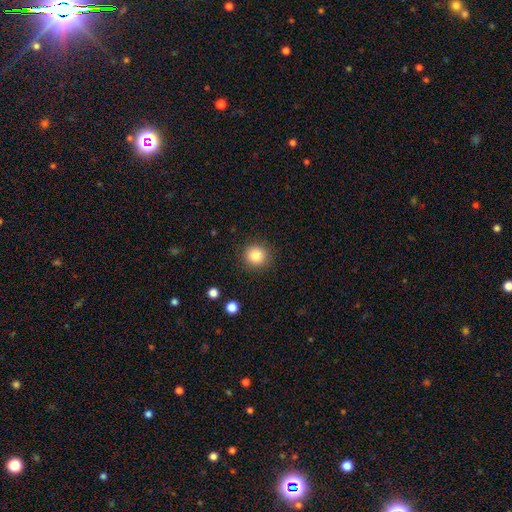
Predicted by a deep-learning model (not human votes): Overall: smooth (84%). How rounded: round (93%). Merging: none (89%).